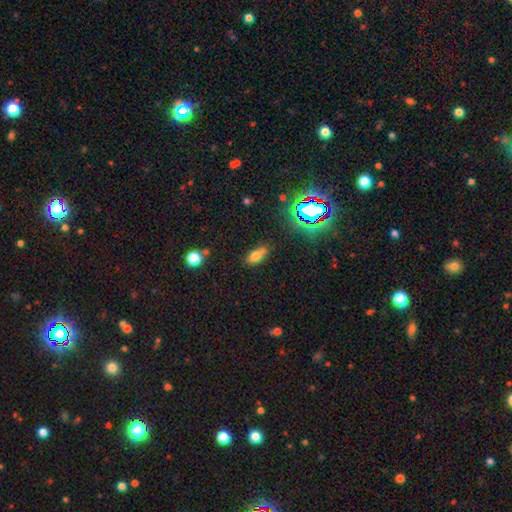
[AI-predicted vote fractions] This is likely a smooth galaxy (69%). How rounded: likely in between (80%). Merging: possibly none (48%).